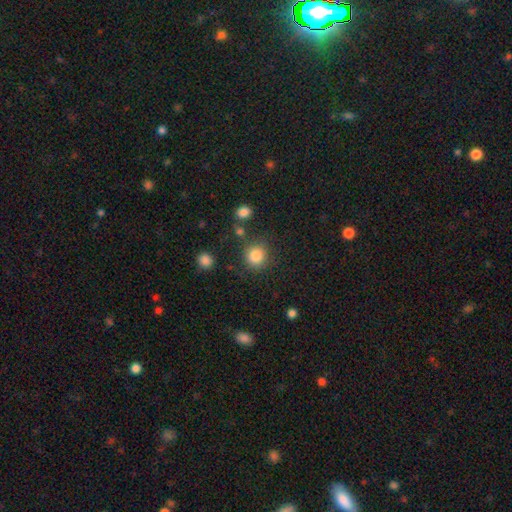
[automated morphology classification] Smooth or featured? smooth (85%)
How rounded? round (89%)
Merging? none (81%)